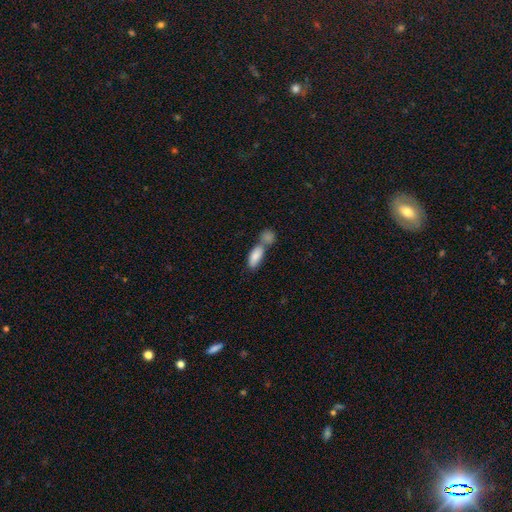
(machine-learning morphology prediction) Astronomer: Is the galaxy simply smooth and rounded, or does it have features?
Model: smooth — 84%.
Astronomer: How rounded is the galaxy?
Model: in between — 81%.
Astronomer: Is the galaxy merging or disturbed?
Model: merger — 54% (runner-up: none, 33%).